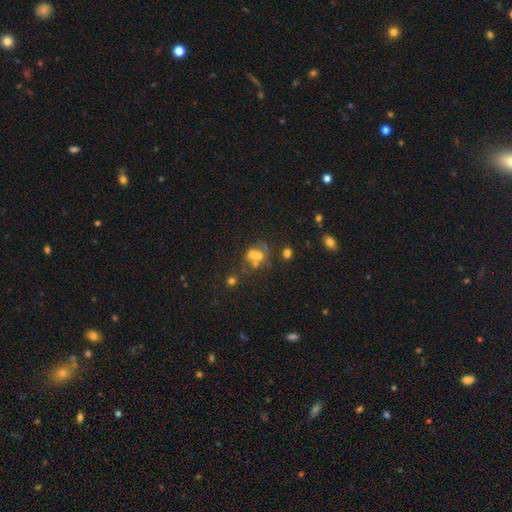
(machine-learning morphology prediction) Smooth or featured: smooth — 42% (featured or disk — 32%)
Merging: merger — 46% (none — 34%)